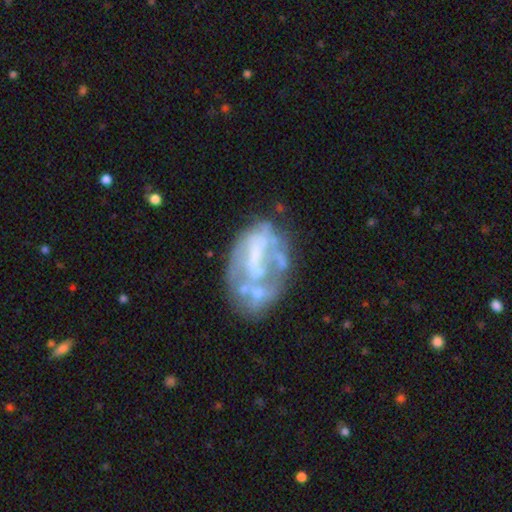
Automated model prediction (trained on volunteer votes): featured or disk 69%, smooth 21%, star or artifact 10%. Down the decision tree: edge-on disk — no (97%); bar — no (65%); spiral arms — no (80%); bulge size — none (54%); merging — none (39%).